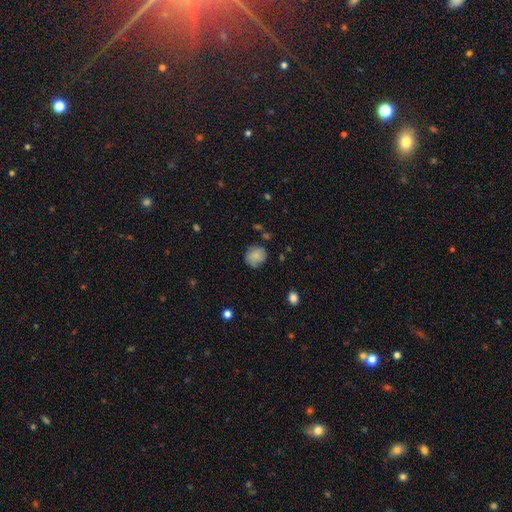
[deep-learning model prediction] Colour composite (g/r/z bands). It shows a smooth galaxy with no disk features (82%) that is round (81%). Merging: none (76%).